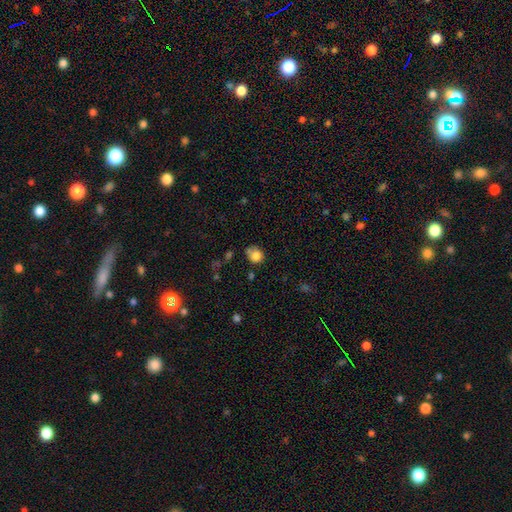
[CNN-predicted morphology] A smooth galaxy with no disk features (80%) that is round (71%).

Vote fractions:
- Smooth or featured? smooth: 80% / star or artifact: 11% / featured or disk: 9%
- How rounded? round: 71% / in between: 28% / cigar-shaped: 1%
- Merging? none: 50% / minor disturbance: 26% / merger: 14% / major disturbance: 10%